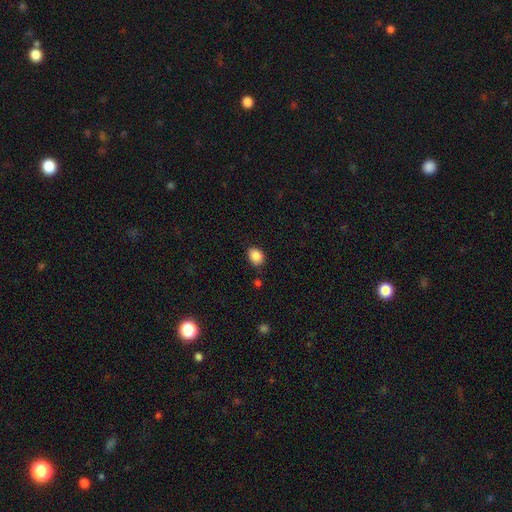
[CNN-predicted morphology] Smooth or featured?
  - smooth: 88% *
  - star or artifact: 9%
  - featured or disk: 4%
How rounded?
  - in between: 67% *
  - round: 32%
  - cigar-shaped: 1%
Merging?
  - none: 80% *
  - minor disturbance: 14%
  - major disturbance: 3%
  - merger: 3%